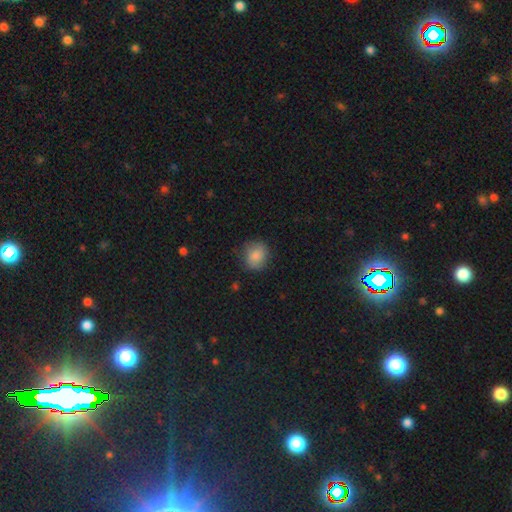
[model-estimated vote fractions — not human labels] smooth_or_featured: smooth (p=0.84) [alt: featured or disk p=0.08]
how_rounded: round (p=0.75) [alt: in between p=0.24]
merging: none (p=0.76) [alt: minor disturbance p=0.18]